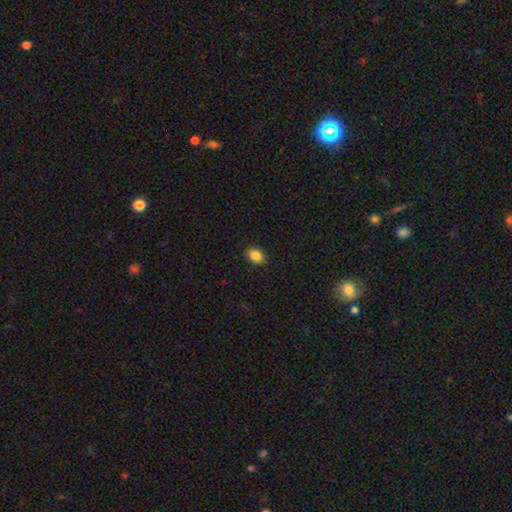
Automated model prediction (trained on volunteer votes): Smooth or featured?
  - smooth: 87% *
  - star or artifact: 9%
  - featured or disk: 4%
How rounded?
  - in between: 65% *
  - round: 34%
  - cigar-shaped: 1%
Merging?
  - none: 90% *
  - minor disturbance: 7%
  - major disturbance: 2%
  - merger: 1%